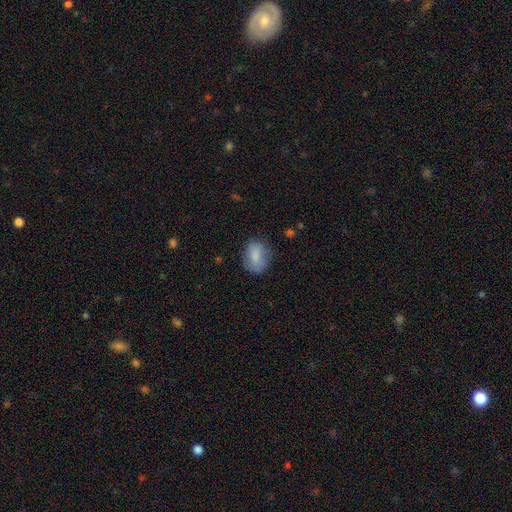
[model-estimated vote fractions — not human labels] Smooth or featured?
  - smooth: 79% *
  - featured or disk: 13%
  - star or artifact: 8%
How rounded?
  - in between: 68% *
  - round: 30%
  - cigar-shaped: 2%
Merging?
  - none: 70% *
  - minor disturbance: 22%
  - major disturbance: 7%
  - merger: 2%